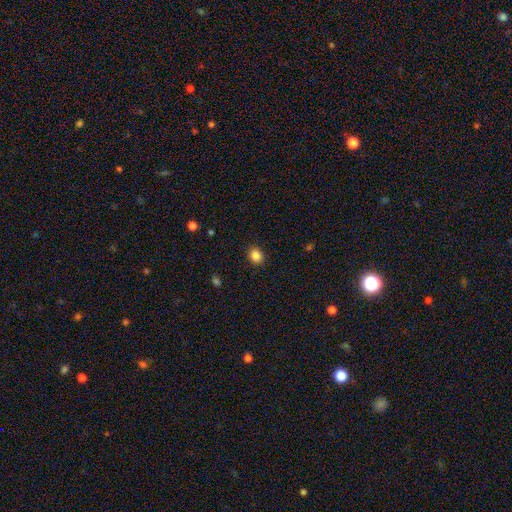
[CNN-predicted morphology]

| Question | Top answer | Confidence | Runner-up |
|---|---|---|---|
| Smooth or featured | smooth | 86% | star or artifact (10%) |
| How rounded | round | 64% | in between (35%) |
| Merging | none | 90% | minor disturbance (7%) |